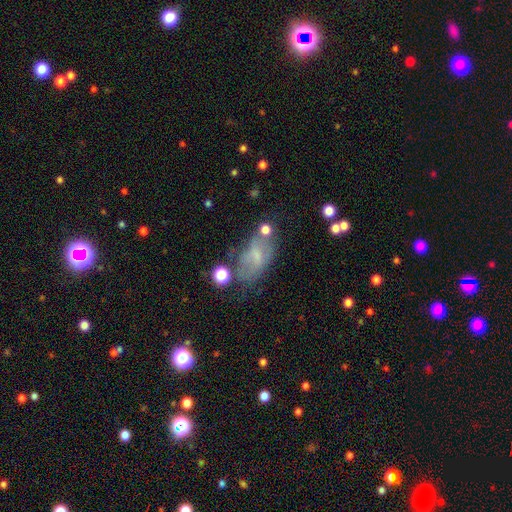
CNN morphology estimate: Smooth or featured? Predicted: smooth (p=0.49). Merging? Predicted: none (p=0.47).